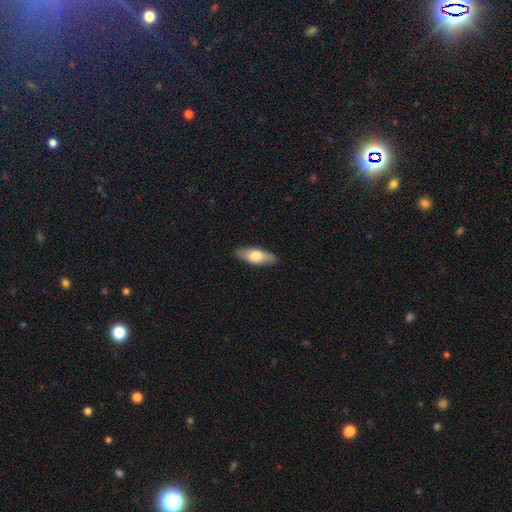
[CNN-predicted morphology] type=smooth (67%); roundness=in between (66%); merging=none (87%).